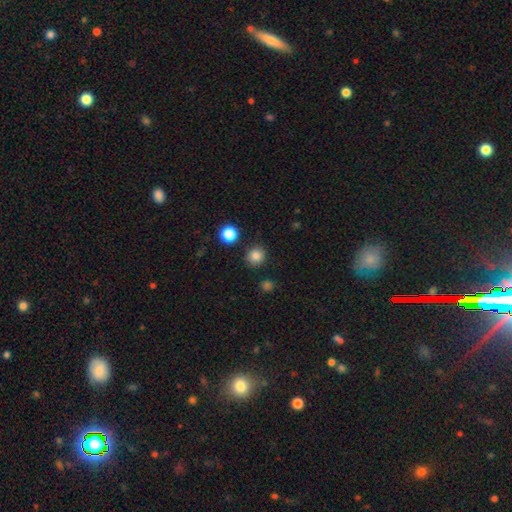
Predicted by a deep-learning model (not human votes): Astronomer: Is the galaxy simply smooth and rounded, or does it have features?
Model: smooth — 84%.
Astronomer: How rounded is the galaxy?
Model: round — 90%.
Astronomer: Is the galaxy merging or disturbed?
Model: none — 88%.